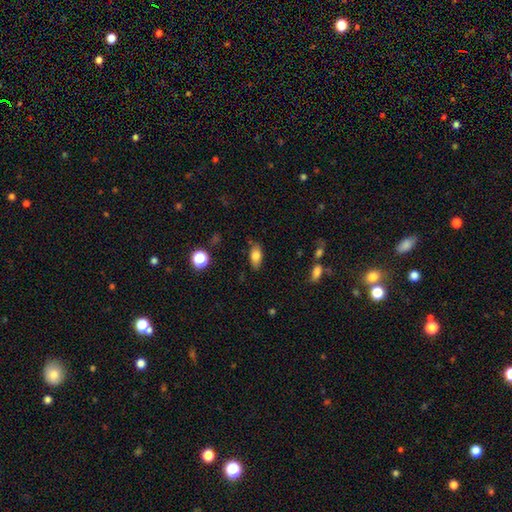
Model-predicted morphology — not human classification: smooth-or-featured: smooth: 80% | featured or disk: 11% | star or artifact: 9%
  how-rounded: in between: 87% | cigar-shaped: 7% | round: 6%
  merging: none: 81% | minor disturbance: 14% | major disturbance: 3% | merger: 2%